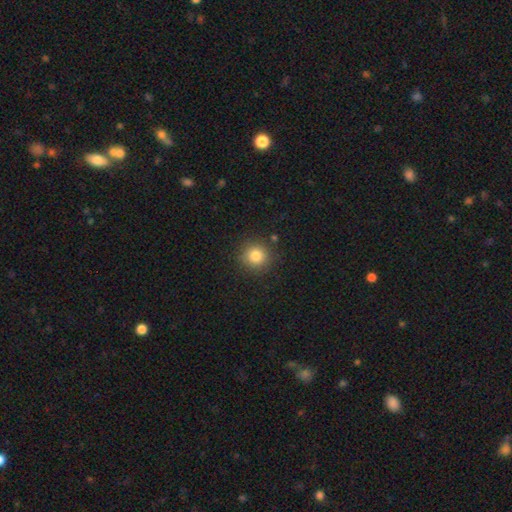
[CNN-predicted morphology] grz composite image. It shows a smooth galaxy with no disk features (82%) that is round (93%). Merging: none (88%).